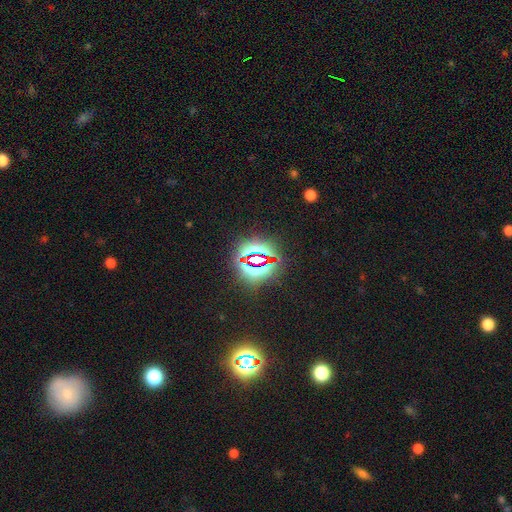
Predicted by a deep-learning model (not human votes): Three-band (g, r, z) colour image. It shows a star or artifact, not a galaxy (78%).